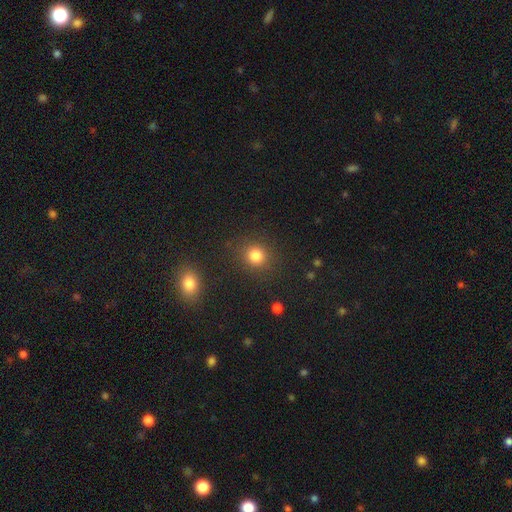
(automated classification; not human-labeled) This is clearly a smooth galaxy (82%). How rounded: clearly round (85%). Merging: clearly none (86%).